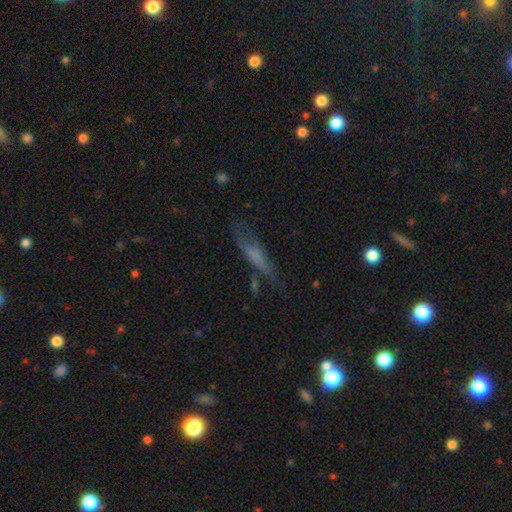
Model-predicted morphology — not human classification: Overall: smooth (47%; featured or disk 39%). Merging: none (54%; minor disturbance 25%).